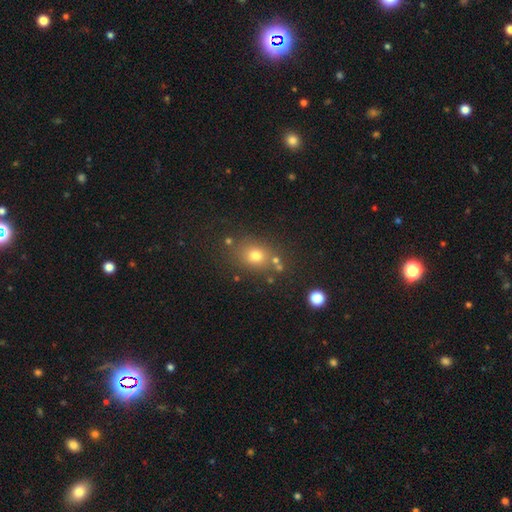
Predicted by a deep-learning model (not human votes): Smooth or featured? Predicted: smooth (p=0.71). How rounded? Predicted: round (p=0.59). Merging? Predicted: none (p=0.73).